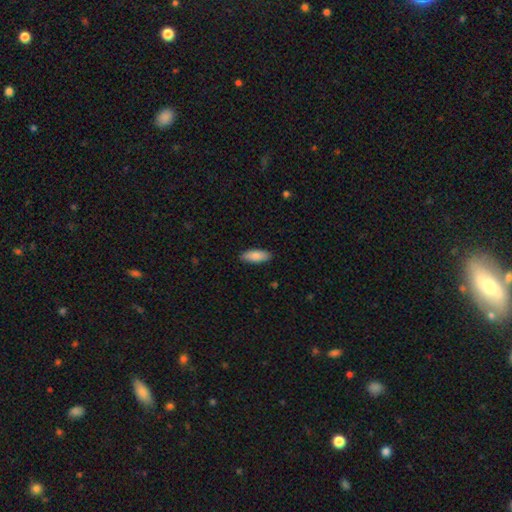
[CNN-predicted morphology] type=smooth (86%); roundness=in between (78%); merging=none (89%).